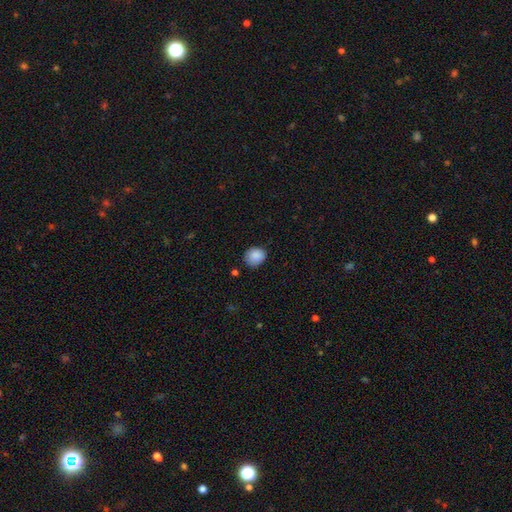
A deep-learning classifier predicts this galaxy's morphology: This is clearly a smooth galaxy (88%). How rounded: likely round (70%). Merging: likely none (77%).